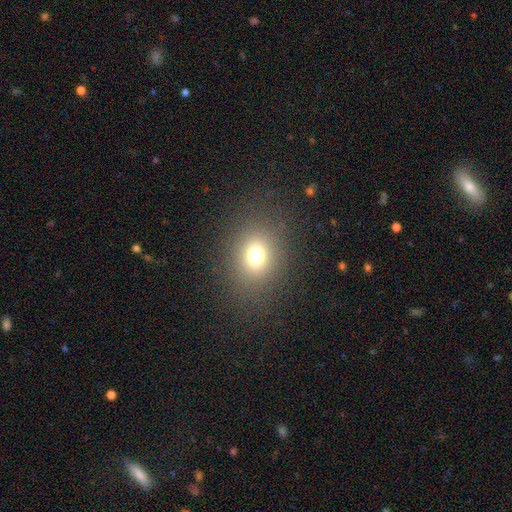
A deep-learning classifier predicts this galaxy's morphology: A smooth galaxy with no disk features (71%) that is round (61%). Merging: none (84%).